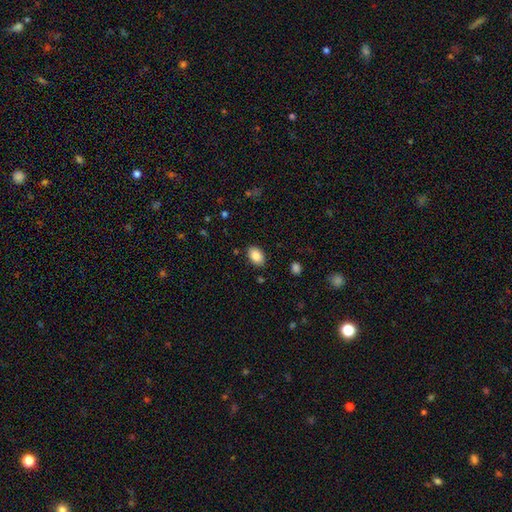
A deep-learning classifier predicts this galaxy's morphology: type=smooth (87%); roundness=in between (89%); merging=none (86%).